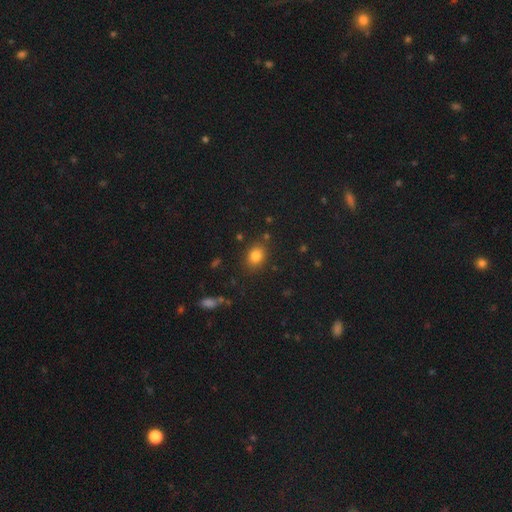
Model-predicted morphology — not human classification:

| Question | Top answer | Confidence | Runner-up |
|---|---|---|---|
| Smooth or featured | smooth | 82% | star or artifact (12%) |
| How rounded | in between | 56% | round (42%) |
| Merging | none | 82% | minor disturbance (11%) |